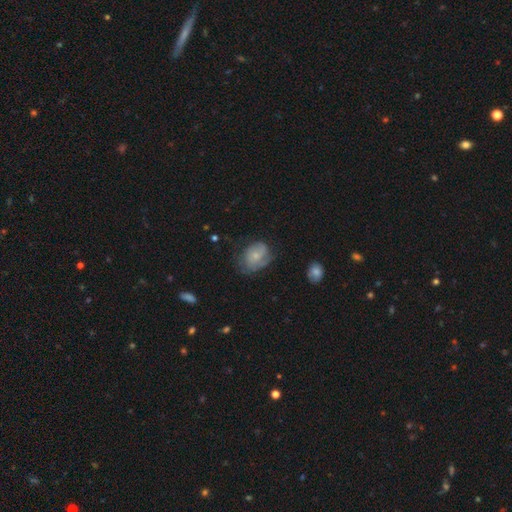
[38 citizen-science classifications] smooth_or_featured: smooth (p=0.66) [alt: featured or disk p=0.32]
how_rounded: in between (p=0.76) [alt: round p=0.24]
merging: minor disturbance (p=0.41) [alt: none p=0.38]